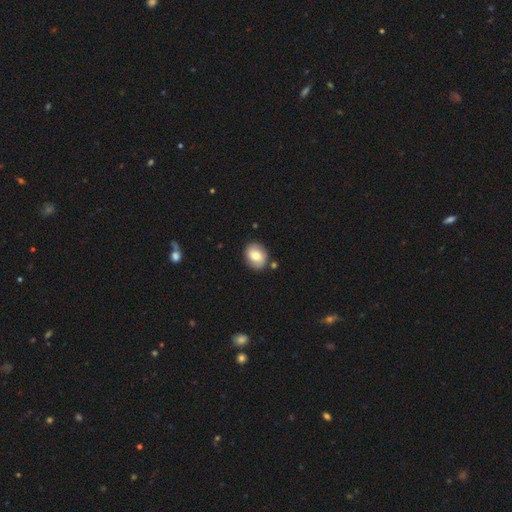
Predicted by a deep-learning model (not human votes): Smooth or featured? smooth (74%)
How rounded? in between (56%)
Merging? none (84%)